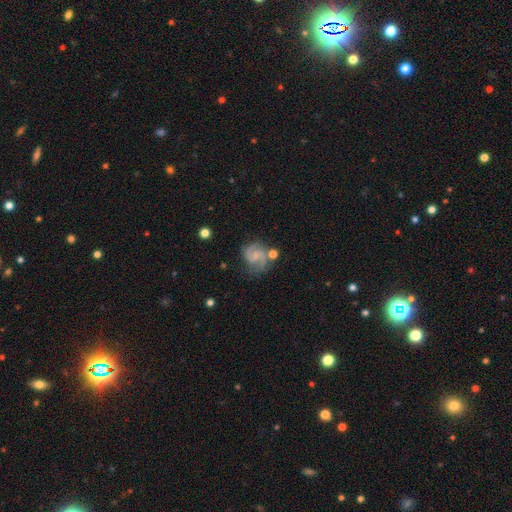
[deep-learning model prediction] Morphology: type=featured or disk (82%); edge-on=no (98%); bar=no (51%); spiral arms=yes (97%); winding=medium (55%); arm count=2 (87%); bulge=small (45%); merging=none (66%).